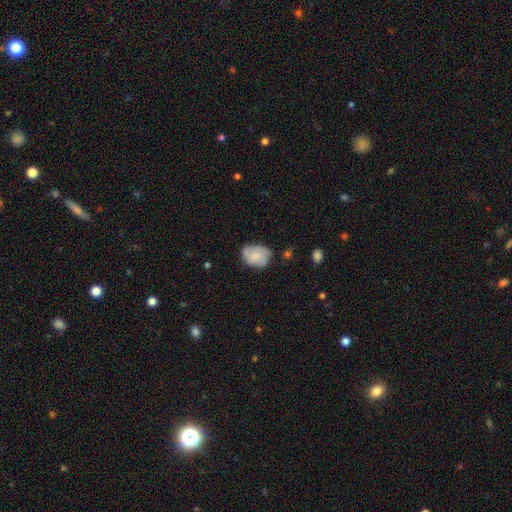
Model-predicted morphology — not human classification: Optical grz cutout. It shows a smooth galaxy with no disk features (63%) that is in between round and cigar-shaped (67%). Merging: none (58%).